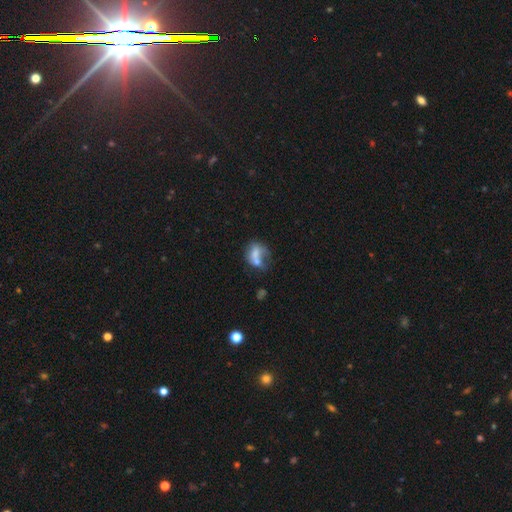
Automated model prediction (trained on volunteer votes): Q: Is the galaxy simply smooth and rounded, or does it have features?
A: smooth — 57%.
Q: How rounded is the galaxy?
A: in between — 68%.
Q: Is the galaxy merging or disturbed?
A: merger — 42%.